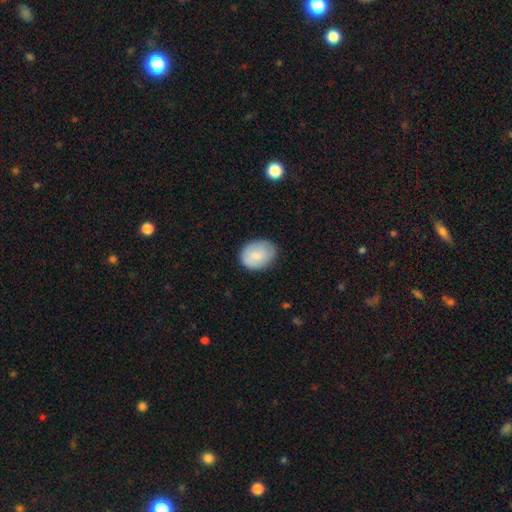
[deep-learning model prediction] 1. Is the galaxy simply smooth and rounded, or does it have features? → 78% smooth, 15% featured or disk, 6% star or artifact.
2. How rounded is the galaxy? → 65% in between, 34% round, 1% cigar-shaped.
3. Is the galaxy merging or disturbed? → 77% none, 18% minor disturbance, 4% major disturbance, 1% merger.